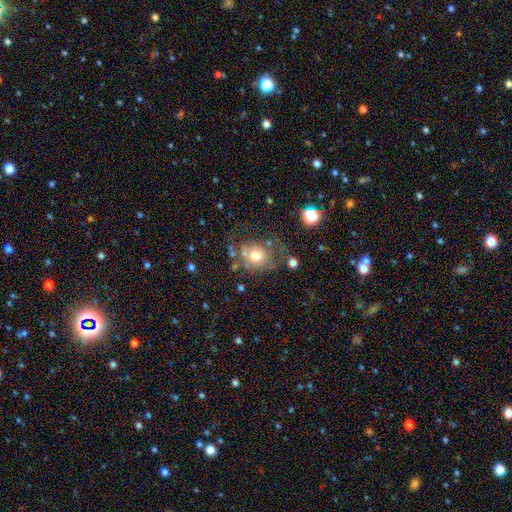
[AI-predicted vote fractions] smooth-or-featured: smooth: 61% | featured or disk: 27% | star or artifact: 12%
  how-rounded: round: 73% | in between: 27% | cigar-shaped: 1%
  merging: none: 52% | minor disturbance: 22% | major disturbance: 17% | merger: 9%